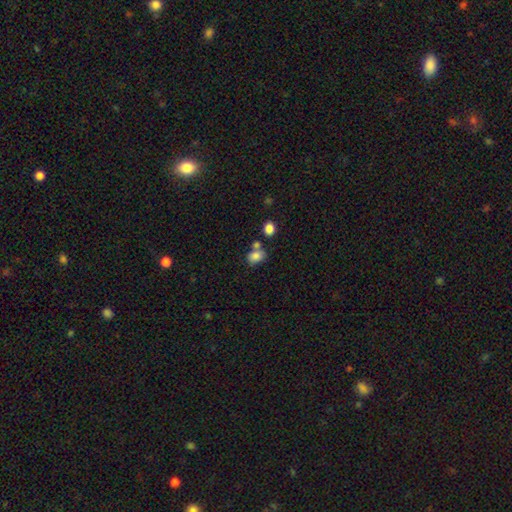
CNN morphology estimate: smooth_or_featured: smooth (p=0.82) [alt: star or artifact p=0.10]
how_rounded: in between (p=0.70) [alt: round p=0.29]
merging: none (p=0.50) [alt: merger p=0.30]